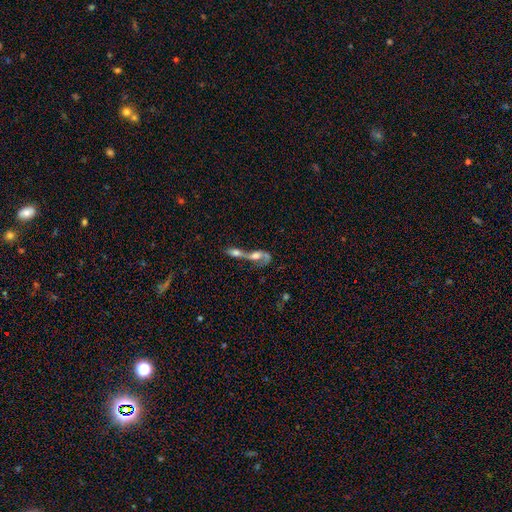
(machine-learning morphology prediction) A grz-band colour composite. It shows a featured or disk galaxy (56%). Merging: merger (69%).